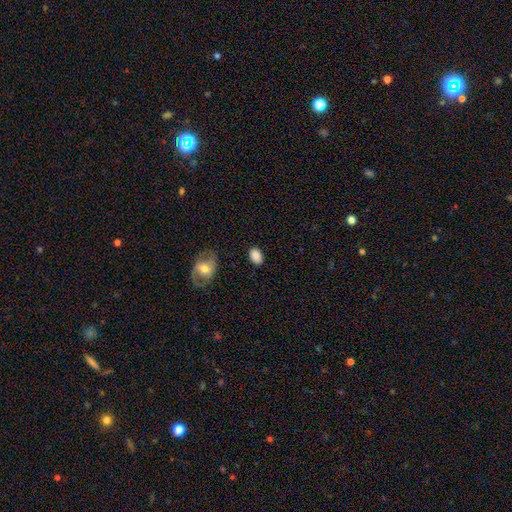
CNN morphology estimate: A smooth galaxy with no disk features (87%) that is in between round and cigar-shaped (82%).

Vote fractions:
- Smooth or featured? smooth: 87% / star or artifact: 8% / featured or disk: 6%
- How rounded? in between: 82% / round: 17% / cigar-shaped: 1%
- Merging? none: 83% / minor disturbance: 12% / major disturbance: 3% / merger: 2%